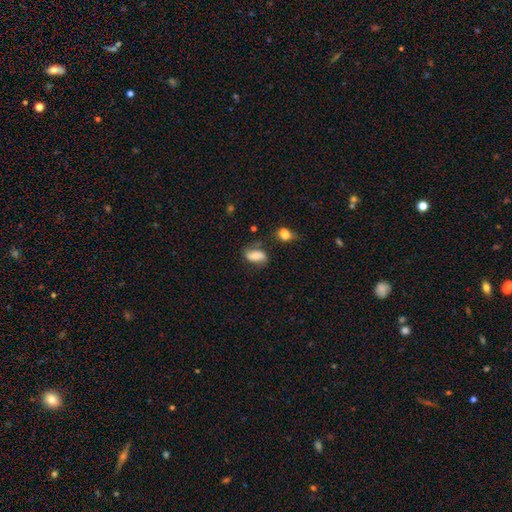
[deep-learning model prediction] A smooth galaxy with no disk features (58%) that is in between round and cigar-shaped (87%).

Vote fractions:
- Smooth or featured? smooth: 58% / featured or disk: 34% / star or artifact: 8%
- How rounded? in between: 87% / round: 7% / cigar-shaped: 6%
- Merging? none: 62% / minor disturbance: 22% / major disturbance: 8% / merger: 7%